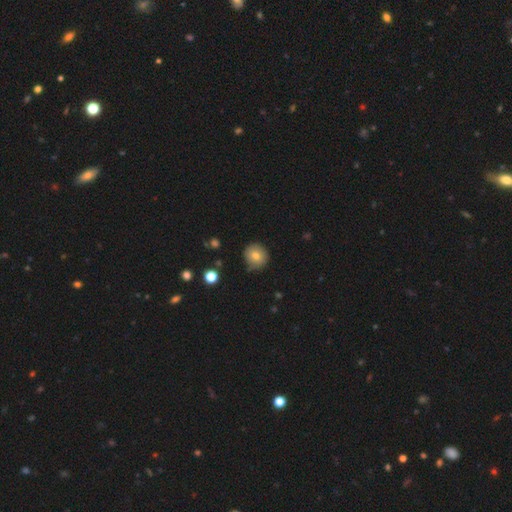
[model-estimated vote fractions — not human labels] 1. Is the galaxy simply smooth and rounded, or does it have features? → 77% smooth, 13% featured or disk, 10% star or artifact.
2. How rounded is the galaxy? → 89% round, 10% in between, 1% cigar-shaped.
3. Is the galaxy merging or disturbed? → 78% none, 17% minor disturbance, 3% major disturbance, 2% merger.